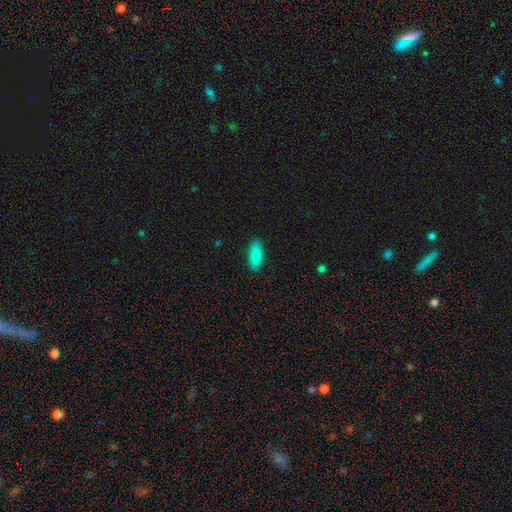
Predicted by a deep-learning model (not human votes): smooth_or_featured: smooth (p=0.88) [alt: star or artifact p=0.07]
how_rounded: in between (p=0.81) [alt: cigar-shaped p=0.17]
merging: none (p=0.89) [alt: minor disturbance p=0.08]